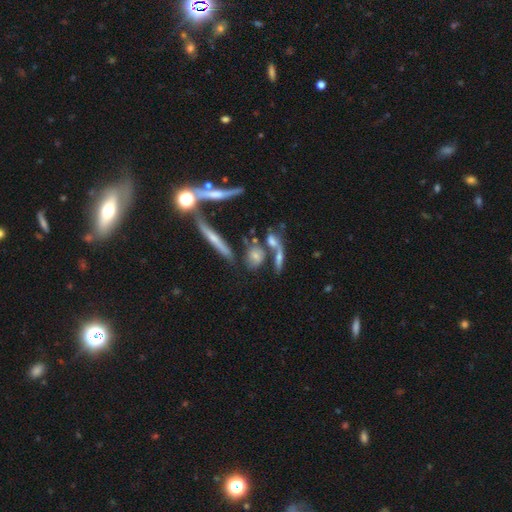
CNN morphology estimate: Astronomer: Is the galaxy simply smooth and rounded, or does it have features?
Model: smooth — 53% (runner-up: featured or disk, 35%).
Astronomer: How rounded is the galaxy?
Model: in between — 47% (runner-up: round, 31%).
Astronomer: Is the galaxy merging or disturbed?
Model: none — 43% (runner-up: merger, 35%).